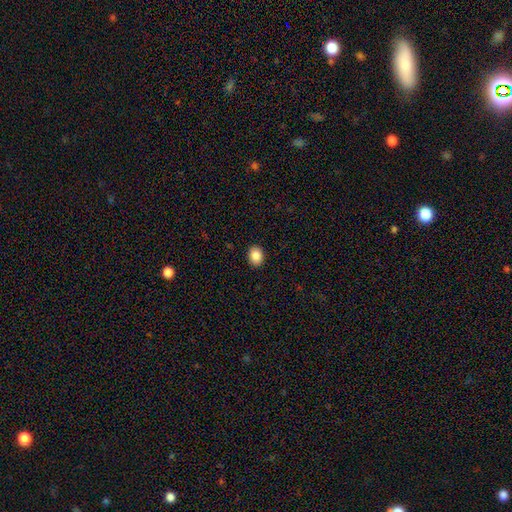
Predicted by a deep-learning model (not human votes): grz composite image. It shows a smooth galaxy with no disk features (87%) that is in between round and cigar-shaped (58%). Merging: none (91%).